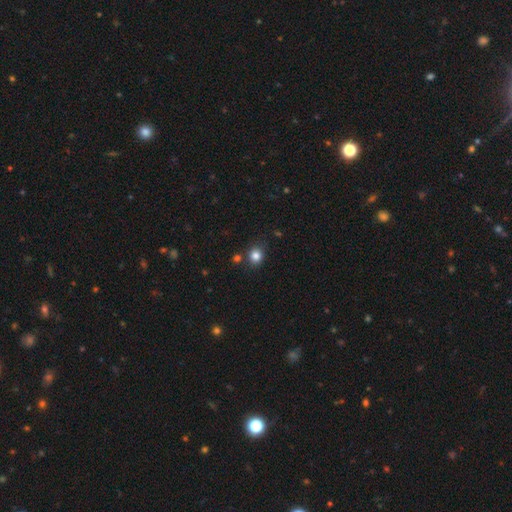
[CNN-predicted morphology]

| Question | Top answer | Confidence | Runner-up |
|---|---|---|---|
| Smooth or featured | smooth | 83% | star or artifact (12%) |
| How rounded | round | 78% | in between (21%) |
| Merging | none | 80% | minor disturbance (11%) |